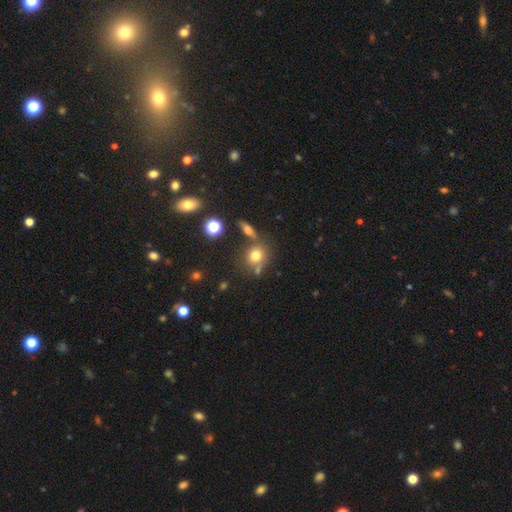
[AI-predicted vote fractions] Q: Smooth or featured?
A: smooth (71%); runner-up: star or artifact (16%)
Q: How rounded?
A: round (78%); runner-up: in between (20%)
Q: Merging?
A: none (64%); runner-up: merger (18%)